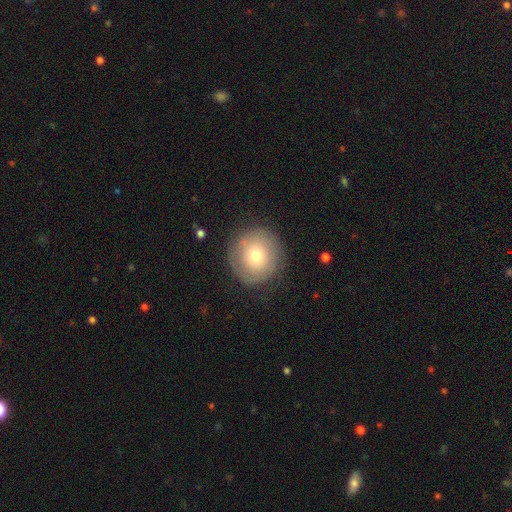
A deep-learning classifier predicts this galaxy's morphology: Smooth or featured? smooth (58%)
How rounded? round (93%)
Merging? none (82%)